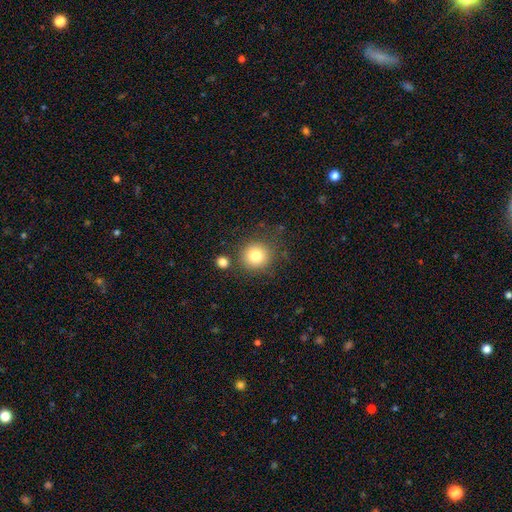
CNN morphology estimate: smooth-or-featured: smooth: 81% | star or artifact: 11% | featured or disk: 8%
  how-rounded: round: 92% | in between: 7% | cigar-shaped: 1%
  merging: none: 79% | minor disturbance: 10% | merger: 7% | major disturbance: 4%